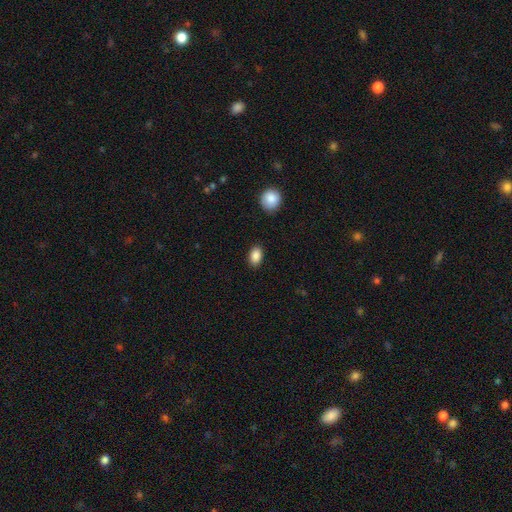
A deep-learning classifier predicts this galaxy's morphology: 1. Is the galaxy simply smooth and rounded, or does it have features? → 88% smooth, 8% star or artifact, 4% featured or disk.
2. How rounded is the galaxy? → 86% in between, 12% round, 2% cigar-shaped.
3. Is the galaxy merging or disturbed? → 88% none, 9% minor disturbance, 2% major disturbance, 1% merger.